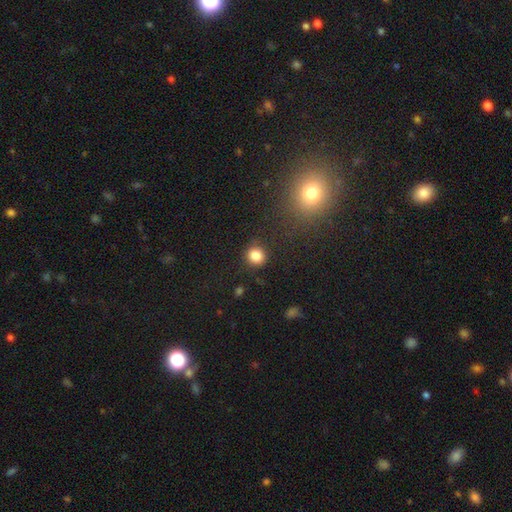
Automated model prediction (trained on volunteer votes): The model was most divided on "how rounded": round: 84%, in between: 15%, cigar-shaped: 1%. More confident: merging — none (85%); smooth or featured — smooth (84%).